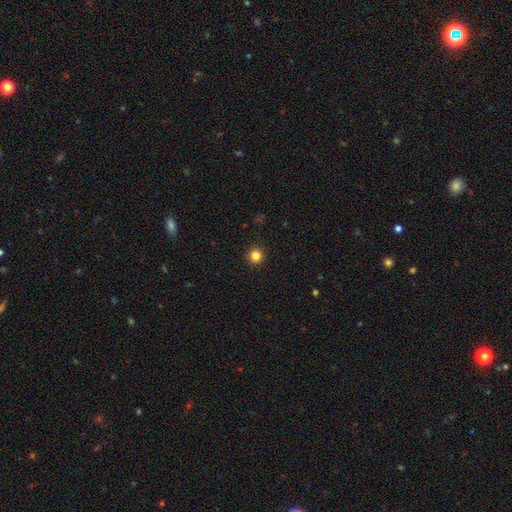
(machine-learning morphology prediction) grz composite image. It shows a smooth galaxy with no disk features (83%) that is round (96%). Merging: none (93%).